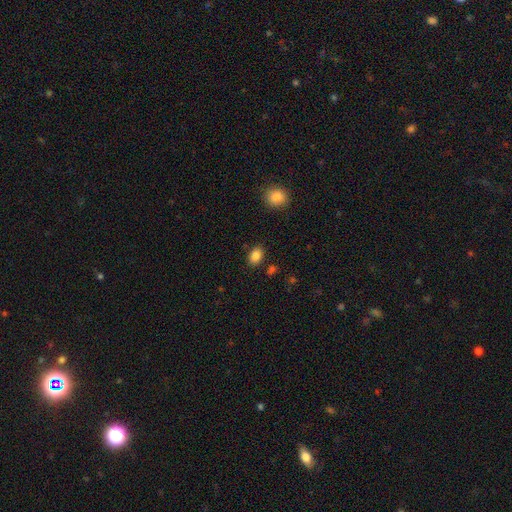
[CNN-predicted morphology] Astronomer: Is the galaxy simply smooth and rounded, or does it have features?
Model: smooth — 86%.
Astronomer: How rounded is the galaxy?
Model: in between — 81%.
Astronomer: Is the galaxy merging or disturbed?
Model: none — 84%.